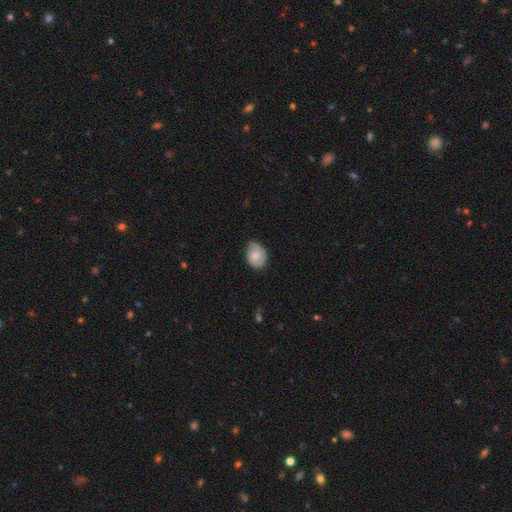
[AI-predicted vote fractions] Morphology: type=smooth (76%); roundness=in between (79%); merging=none (65%).